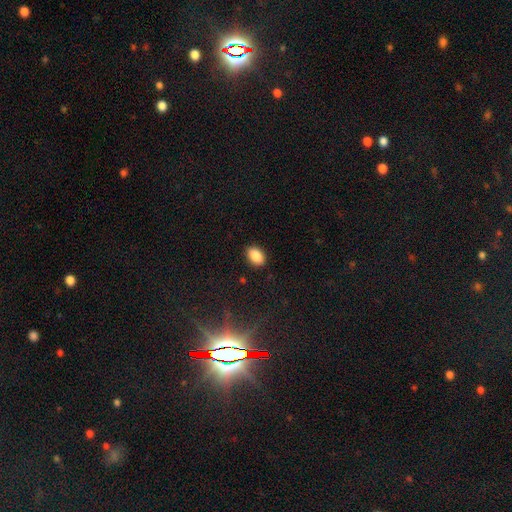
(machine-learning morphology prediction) This appears to be a smooth galaxy with no disk features (88%) that is in between round and cigar-shaped (88%). Merging: none (88%).